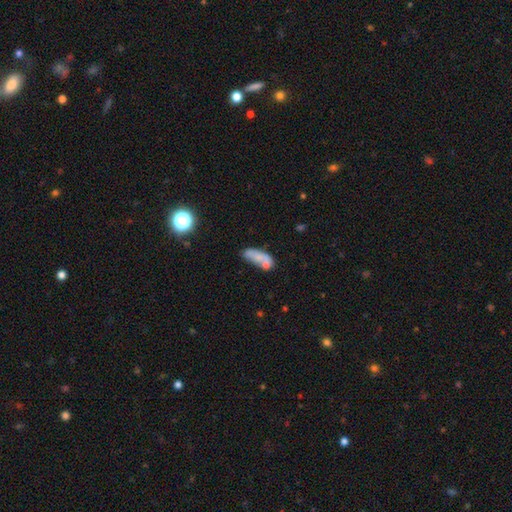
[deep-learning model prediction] smooth 66%, featured or disk 24%, star or artifact 10%. Down the decision tree: how rounded — in between (75%); merging — none (38%).